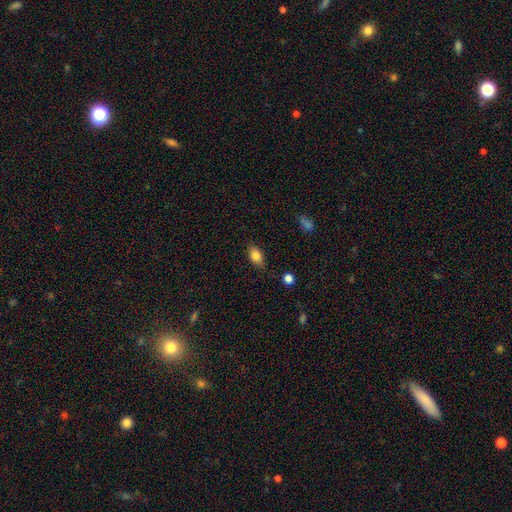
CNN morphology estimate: Smooth or featured: smooth — 83% (featured or disk — 9%)
How rounded: in between — 85% (round — 11%)
Merging: none — 78% (minor disturbance — 17%)